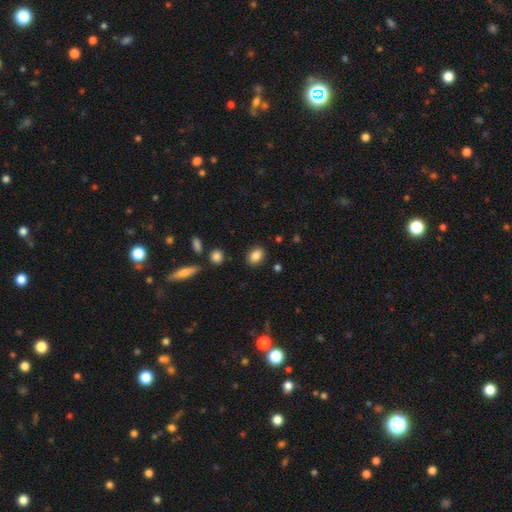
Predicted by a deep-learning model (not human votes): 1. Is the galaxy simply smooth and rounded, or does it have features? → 86% smooth, 9% star or artifact, 5% featured or disk.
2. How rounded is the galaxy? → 69% in between, 29% round, 1% cigar-shaped.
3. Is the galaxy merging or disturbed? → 86% none, 9% minor disturbance, 3% major disturbance, 2% merger.